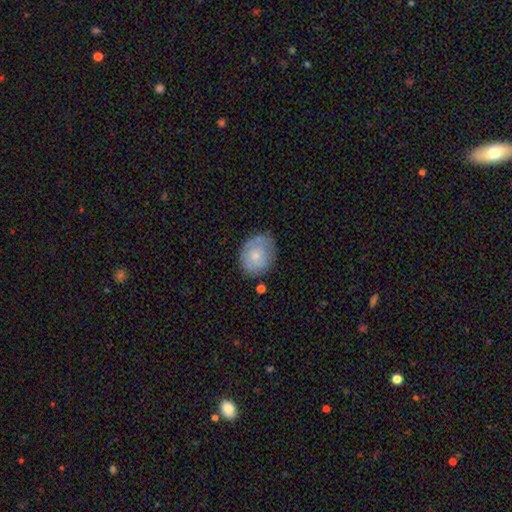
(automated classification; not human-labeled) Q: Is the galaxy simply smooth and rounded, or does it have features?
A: smooth — 63%.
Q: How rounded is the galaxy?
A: round — 52%.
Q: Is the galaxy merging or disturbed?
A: none — 66%.